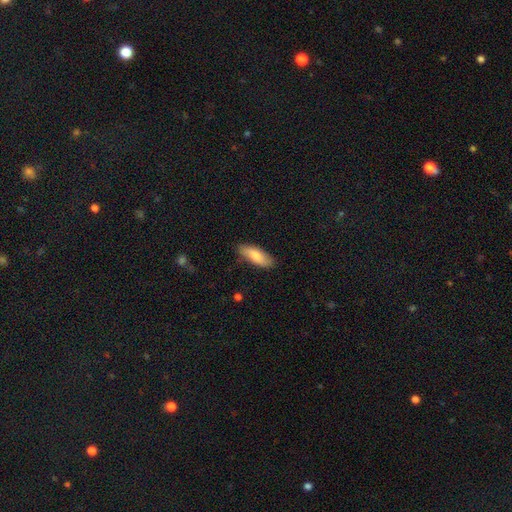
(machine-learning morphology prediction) A smooth galaxy with no disk features (79%) that is in between round and cigar-shaped (69%).

Vote fractions:
- Smooth or featured? smooth: 79% / featured or disk: 15% / star or artifact: 6%
- How rounded? in between: 69% / cigar-shaped: 29% / round: 2%
- Merging? none: 82% / minor disturbance: 15% / major disturbance: 2% / merger: 1%